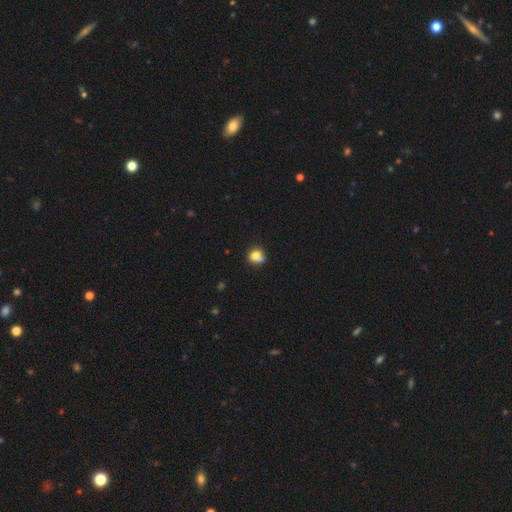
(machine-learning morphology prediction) type=smooth (76%); roundness=round (75%); merging=none (49%).